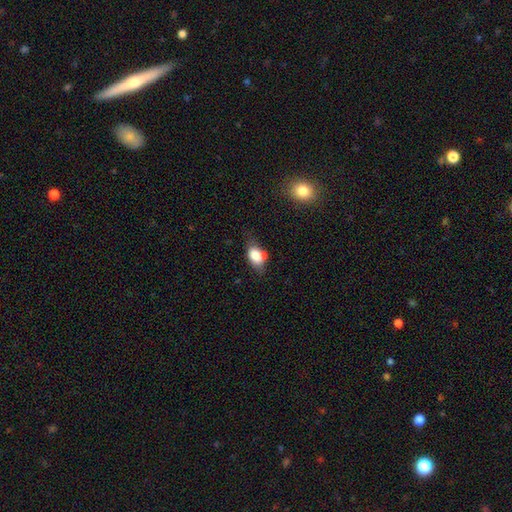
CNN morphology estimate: Smooth or featured? smooth (76%)
How rounded? in between (80%)
Merging? none (43%)